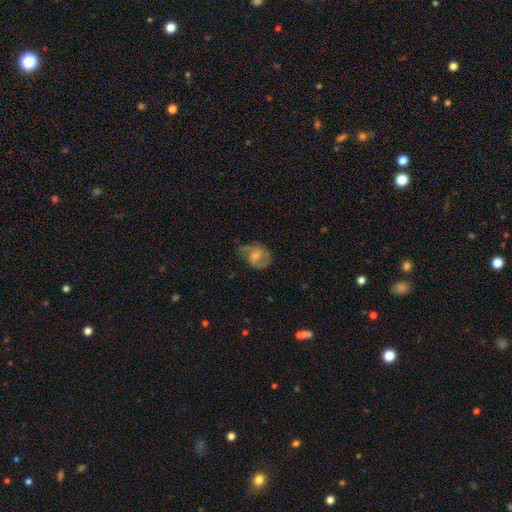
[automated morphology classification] Smooth or featured: featured or disk — 53% (smooth — 39%)
Edge-on disk: no — 97% (yes — 3%)
Bar: no — 48% (weak — 41%)
Spiral arms: yes — 76% (no — 24%)
Bulge size: moderate — 35% (tied with small — 35%)
Merging: none — 46% (minor disturbance — 28%)